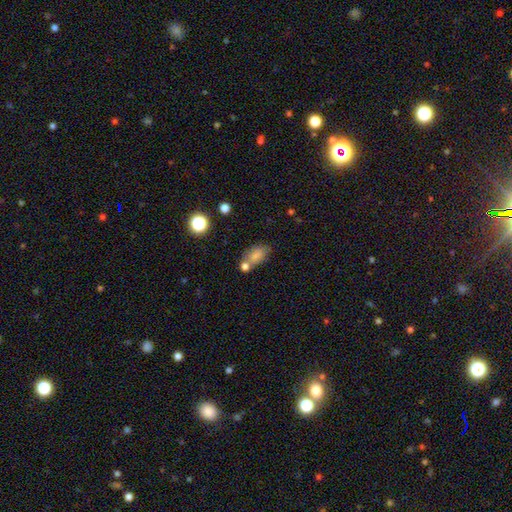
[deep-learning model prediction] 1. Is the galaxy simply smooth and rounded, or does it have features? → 77% smooth, 12% featured or disk, 11% star or artifact.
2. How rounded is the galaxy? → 85% in between, 12% round, 3% cigar-shaped.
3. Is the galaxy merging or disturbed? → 49% none, 28% merger, 17% minor disturbance, 6% major disturbance.